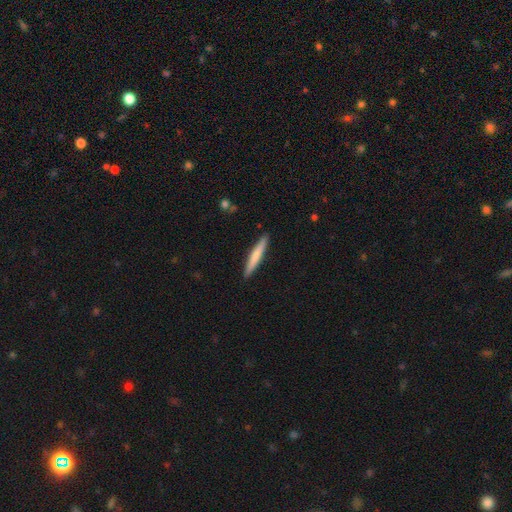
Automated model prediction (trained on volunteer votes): smooth_or_featured: smooth (p=0.68) [alt: featured or disk p=0.27]
how_rounded: cigar-shaped (p=0.95) [alt: in between p=0.04]
merging: none (p=0.90) [alt: minor disturbance p=0.07]